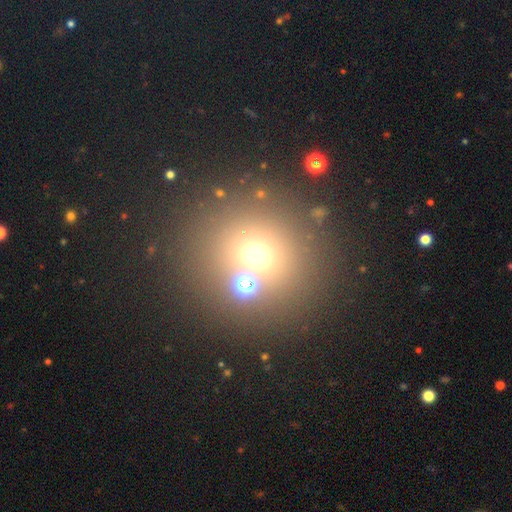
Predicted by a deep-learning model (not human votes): The model was most divided on "smooth or featured": smooth: 60%, star or artifact: 29%, featured or disk: 12%. More confident: how rounded — round (91%); merging — none (71%).